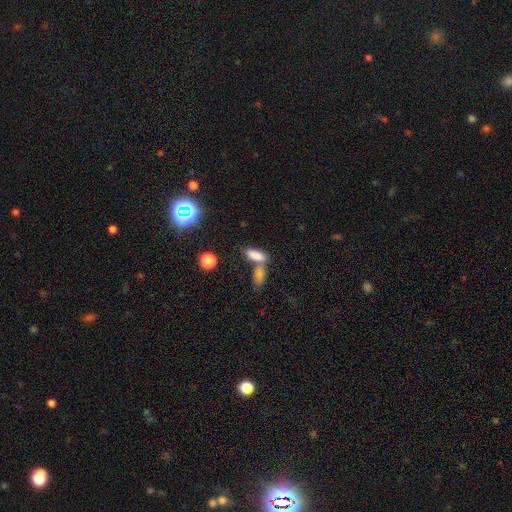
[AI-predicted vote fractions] Smooth or featured? smooth (82%)
How rounded? in between (76%)
Merging? merger (49%)